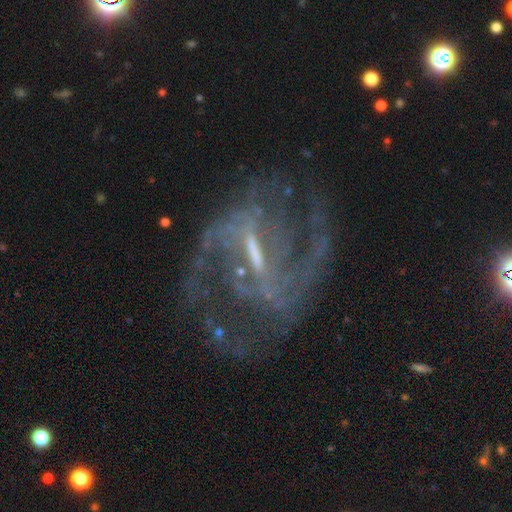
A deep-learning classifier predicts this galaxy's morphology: This is clearly a featured or disk galaxy (90%). It is clearly not viewed edge-on (97%). Bar: possibly strong (50%). Spiral arm pattern: clearly yes (95%). Spiral arm count: likely 2 (73%). Spiral winding: possibly medium (54%). Central bulge: possibly small (49%). Merging: likely none (64%).